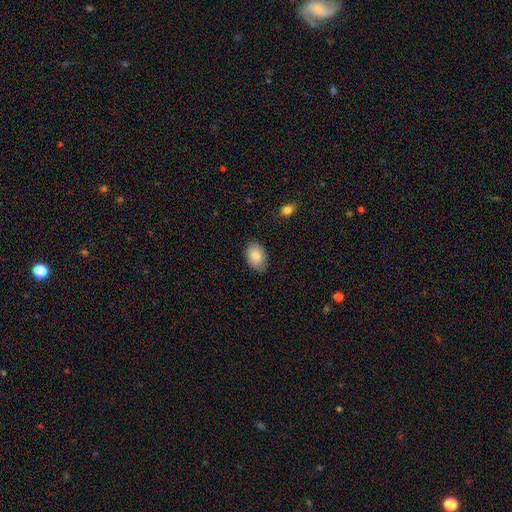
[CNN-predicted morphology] This appears to be a smooth galaxy with no disk features (81%) that is in between round and cigar-shaped (81%). Merging: none (83%).